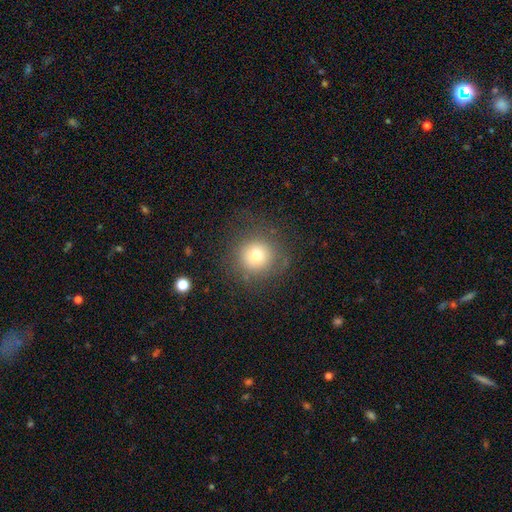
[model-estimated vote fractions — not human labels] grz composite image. It shows a smooth galaxy with no disk features (71%) that is round (93%). Merging: none (77%).